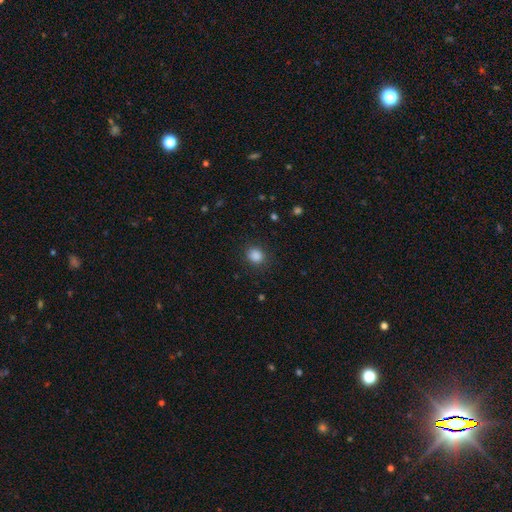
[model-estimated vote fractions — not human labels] This appears to be a smooth galaxy with no disk features (86%) that is round (76%). Merging: none (87%).